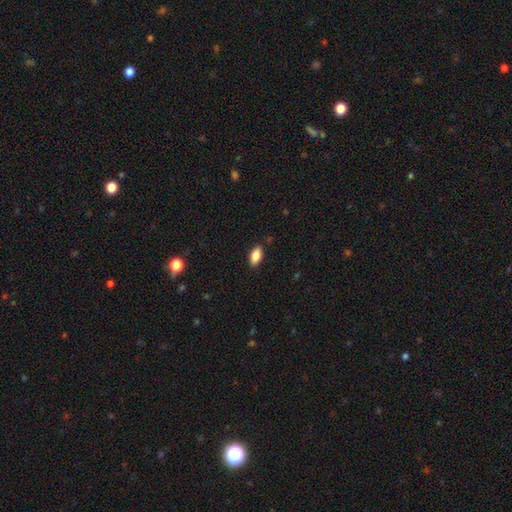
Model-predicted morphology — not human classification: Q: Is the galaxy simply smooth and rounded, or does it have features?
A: smooth — 84%.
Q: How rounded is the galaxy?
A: in between — 90%.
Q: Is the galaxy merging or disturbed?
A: none — 87%.